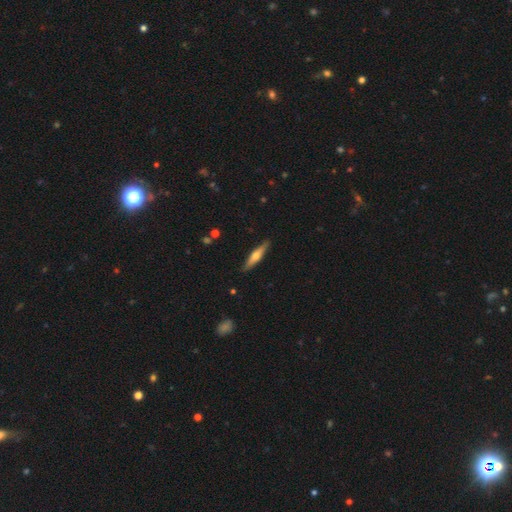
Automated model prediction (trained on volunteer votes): This appears to be a featured or disk galaxy (55%) viewed edge-on (94%) with a rounded central bulge (90%). Merging: none (89%).